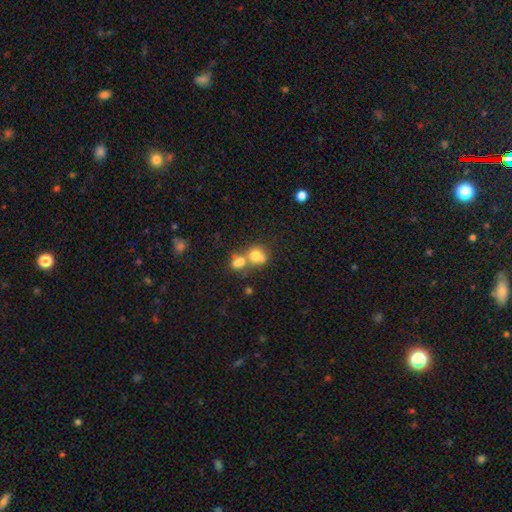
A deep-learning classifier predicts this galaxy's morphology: Smooth or featured? smooth (73%)
How rounded? round (67%)
Merging? merger (58%)